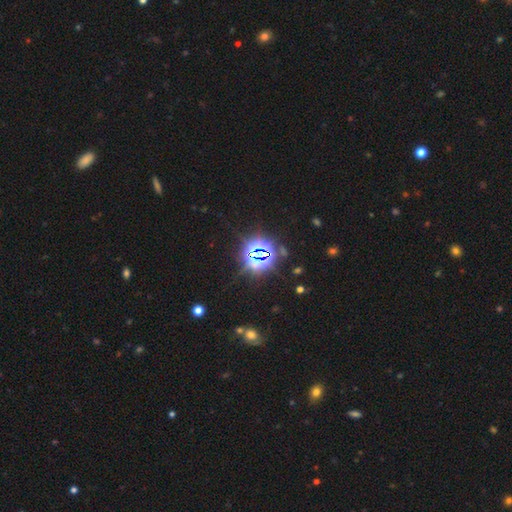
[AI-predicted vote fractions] Smooth or featured?
  - star or artifact: 83% *
  - smooth: 10%
  - featured or disk: 7%